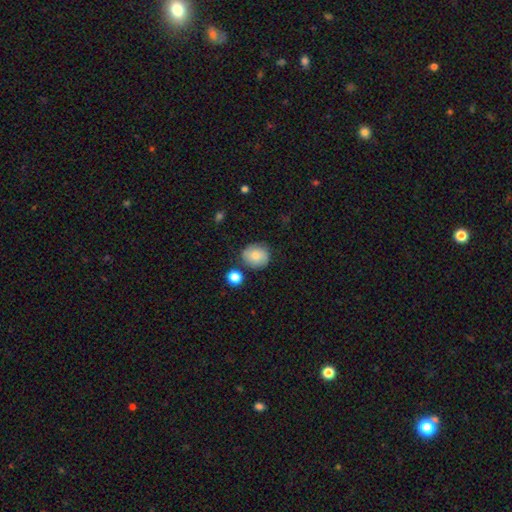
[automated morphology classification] smooth_or_featured: smooth (p=0.76) [alt: featured or disk p=0.15]
how_rounded: round (p=0.76) [alt: in between p=0.23]
merging: none (p=0.77) [alt: minor disturbance p=0.14]